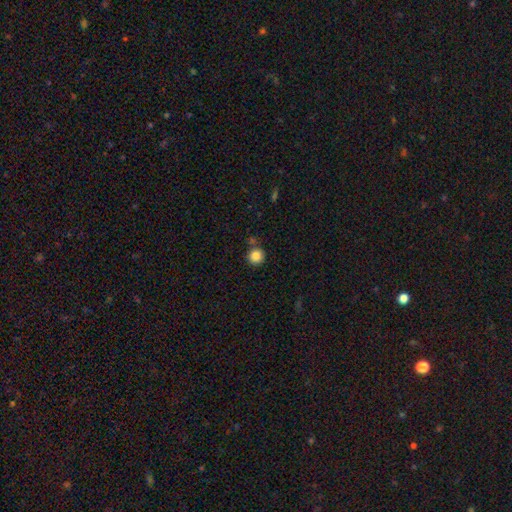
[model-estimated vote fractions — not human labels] smooth 86%, star or artifact 10%, featured or disk 4%. Down the decision tree: how rounded — round (93%); merging — none (75%).